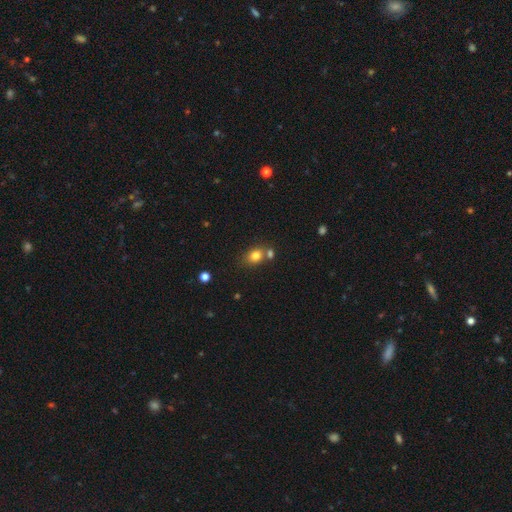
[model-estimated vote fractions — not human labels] Overall: smooth (80%). How rounded: in between (52%; round 47%). Merging: none (58%; merger 25%).